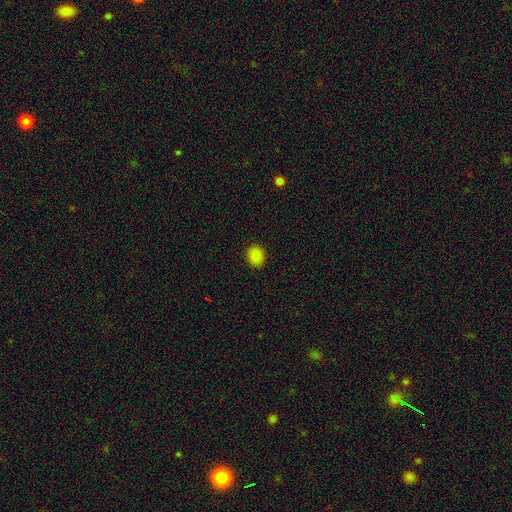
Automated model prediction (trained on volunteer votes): Overall: smooth (86%). How rounded: round (69%; in between 30%). Merging: none (91%).